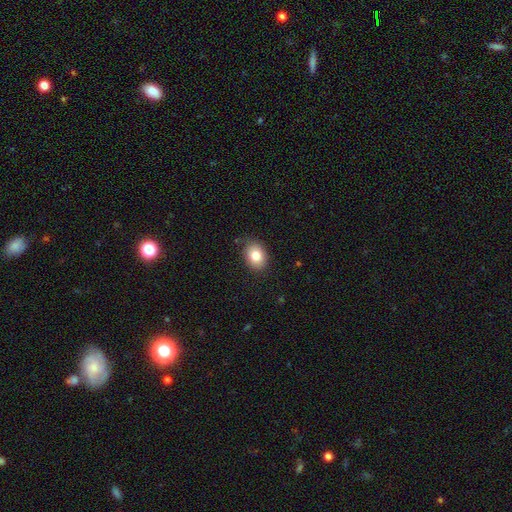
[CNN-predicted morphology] Overall: smooth (82%). How rounded: in between (64%; round 35%). Merging: none (80%).